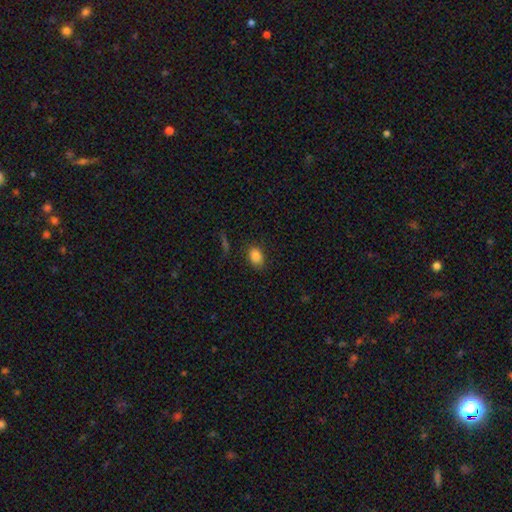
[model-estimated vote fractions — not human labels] This appears to be a smooth galaxy with no disk features (85%) that is in between round and cigar-shaped (77%). Merging: none (78%).